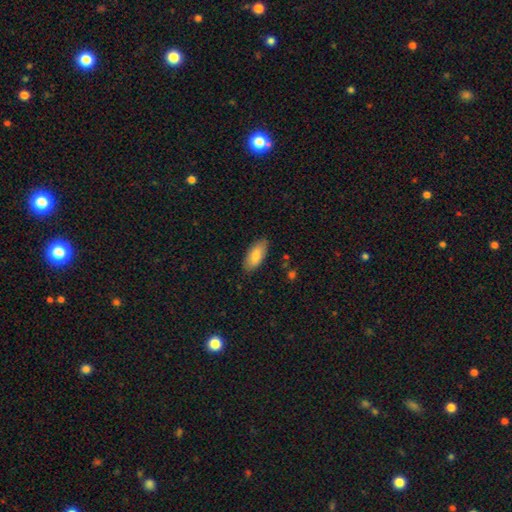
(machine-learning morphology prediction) Smooth or featured: smooth — 82% (featured or disk — 12%)
How rounded: in between — 88% (cigar-shaped — 11%)
Merging: none — 85% (minor disturbance — 11%)